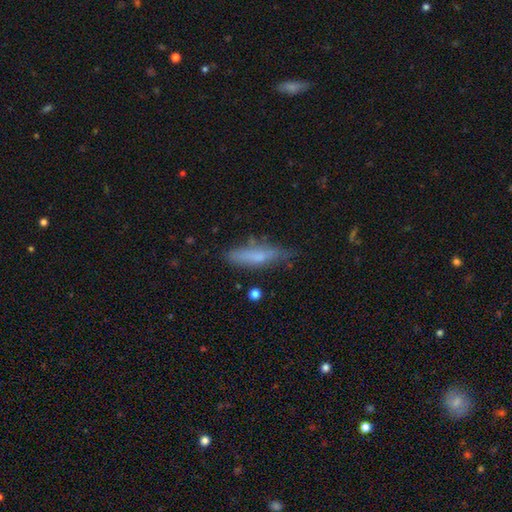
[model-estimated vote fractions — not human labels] Overall: smooth (63%; featured or disk 29%). How rounded: cigar-shaped (72%). Merging: none (66%).